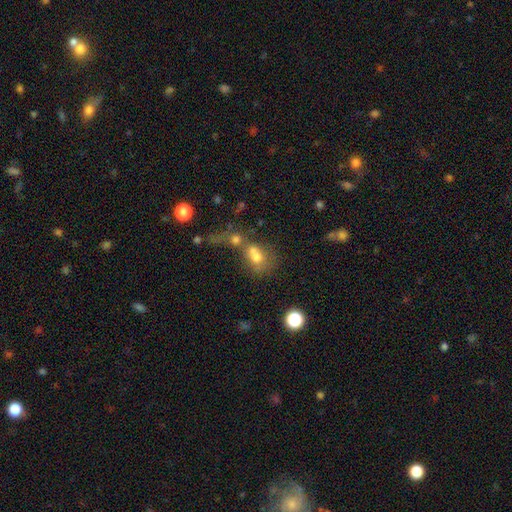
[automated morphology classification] This is likely a smooth galaxy (62%). How rounded: possibly in between (56%). Merging: possibly merger (58%).